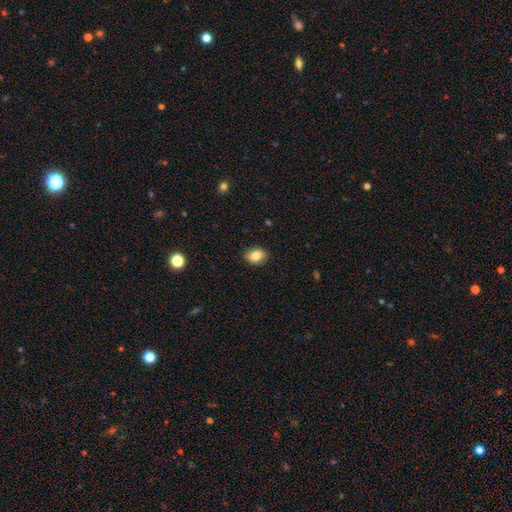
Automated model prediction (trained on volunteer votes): Overall: smooth (84%). How rounded: in between (67%; round 31%). Merging: none (89%).